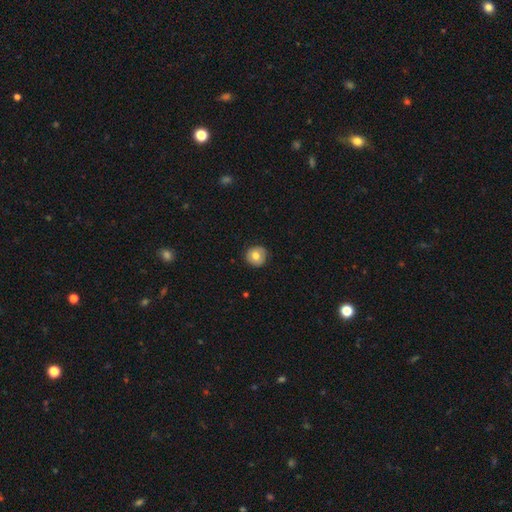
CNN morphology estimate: smooth_or_featured: smooth (p=0.75) [alt: featured or disk p=0.17]
how_rounded: round (p=0.93) [alt: in between p=0.06]
merging: none (p=0.88) [alt: minor disturbance p=0.09]